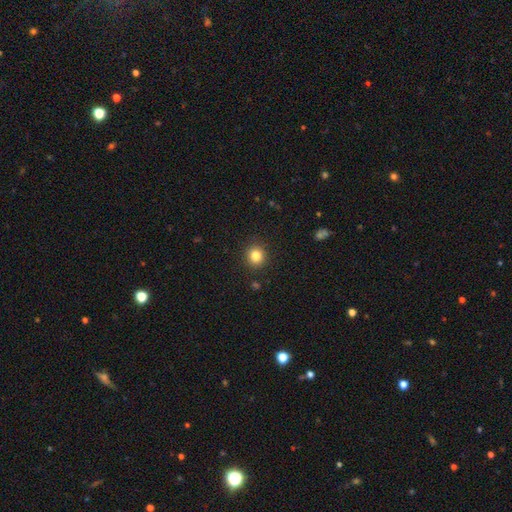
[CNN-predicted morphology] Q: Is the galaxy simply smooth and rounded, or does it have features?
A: smooth — 82%.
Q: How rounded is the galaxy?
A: round — 89%.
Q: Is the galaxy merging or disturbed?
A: none — 91%.